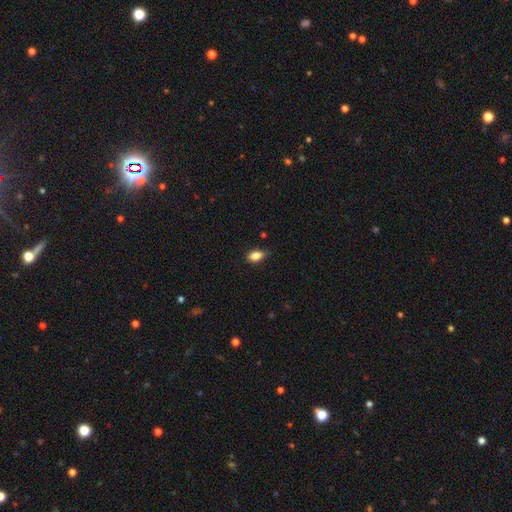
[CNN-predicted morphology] A smooth galaxy with no disk features (86%) that is in between round and cigar-shaped (88%). Merging: none (76%).